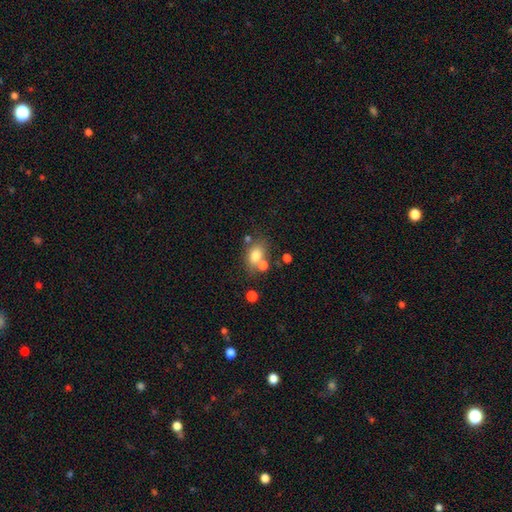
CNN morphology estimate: smooth_or_featured: smooth (p=0.77) [alt: featured or disk p=0.12]
how_rounded: in between (p=0.72) [alt: round p=0.26]
merging: none (p=0.58) [alt: merger p=0.22]